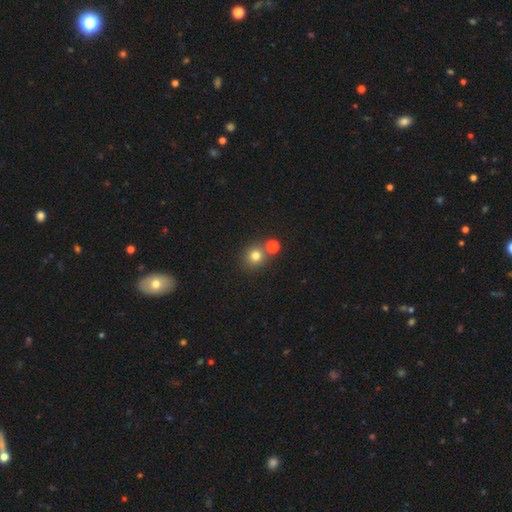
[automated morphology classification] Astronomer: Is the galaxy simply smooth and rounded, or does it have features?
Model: smooth — 77%.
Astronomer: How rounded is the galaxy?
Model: round — 88%.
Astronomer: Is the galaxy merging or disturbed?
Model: none — 68%.